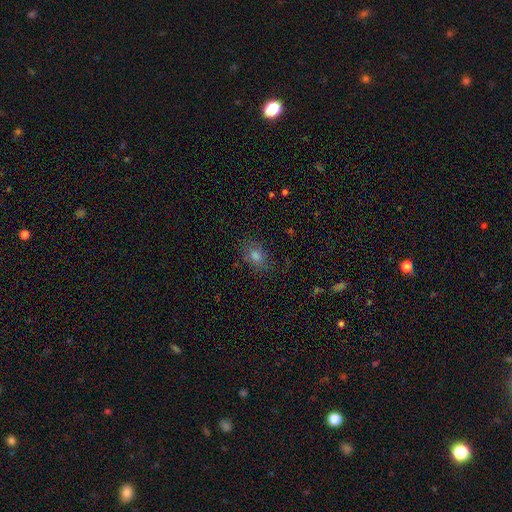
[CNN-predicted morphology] smooth_or_featured: smooth (p=0.69) [alt: star or artifact p=0.20]
how_rounded: in between (p=0.62) [alt: round p=0.36]
merging: none (p=0.79) [alt: minor disturbance p=0.15]